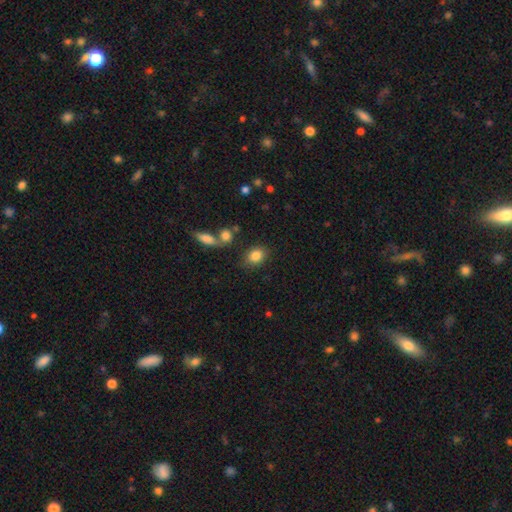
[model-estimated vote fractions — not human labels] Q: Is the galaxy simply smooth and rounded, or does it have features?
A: smooth — 84%.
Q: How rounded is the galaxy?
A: in between — 57%.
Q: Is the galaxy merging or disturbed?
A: none — 77%.